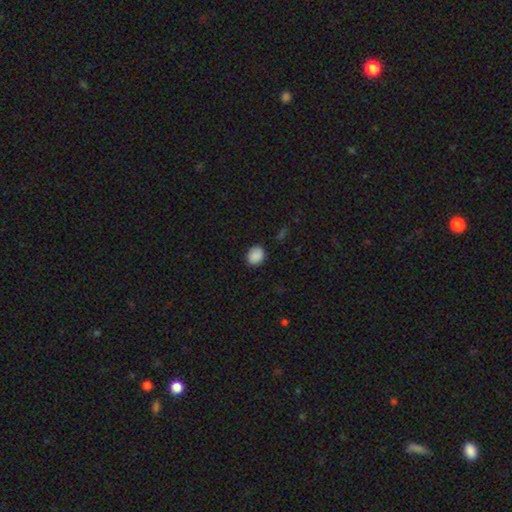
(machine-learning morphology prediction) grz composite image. It shows a smooth galaxy with no disk features (89%) that is round (55%). Merging: none (87%).